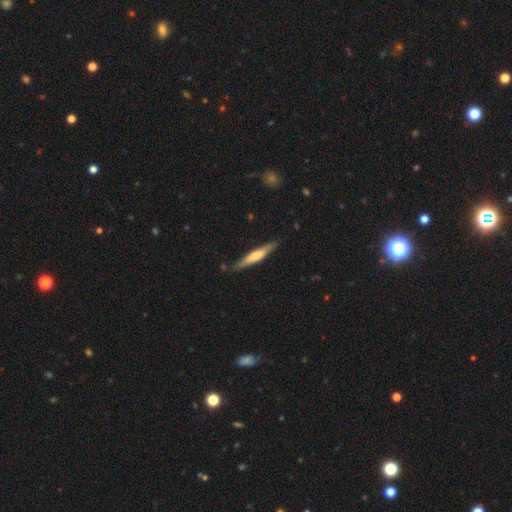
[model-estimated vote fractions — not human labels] Smooth or featured?
  - smooth: 51% *
  - featured or disk: 43%
  - star or artifact: 5%
How rounded?
  - cigar-shaped: 91% *
  - in between: 8%
  - round: 1%
Merging?
  - none: 85% *
  - minor disturbance: 11%
  - major disturbance: 2%
  - merger: 2%